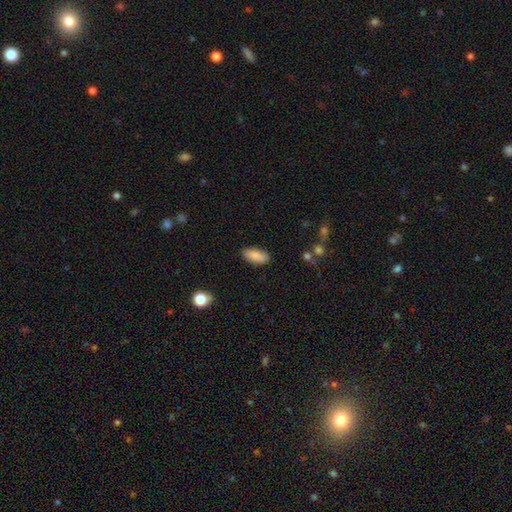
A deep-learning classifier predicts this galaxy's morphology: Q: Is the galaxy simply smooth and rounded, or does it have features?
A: smooth — 87%.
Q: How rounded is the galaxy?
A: in between — 85%.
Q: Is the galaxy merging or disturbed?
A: none — 86%.